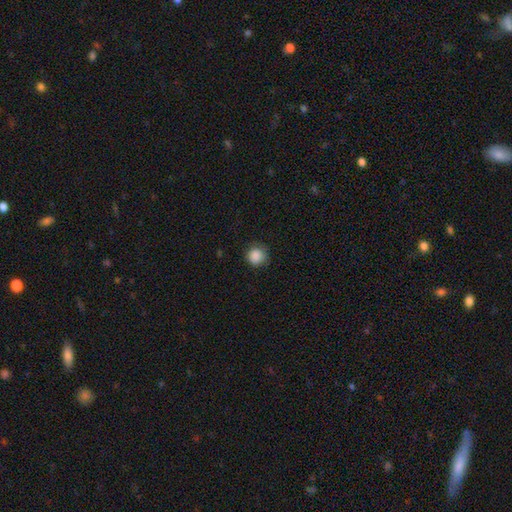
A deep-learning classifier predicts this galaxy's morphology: Q: Smooth or featured?
A: smooth (88%); runner-up: star or artifact (9%)
Q: How rounded?
A: round (93%); runner-up: in between (6%)
Q: Merging?
A: none (81%); runner-up: minor disturbance (14%)